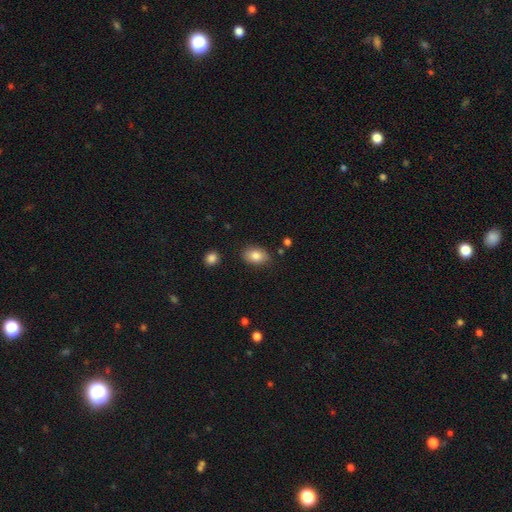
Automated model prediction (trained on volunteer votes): Smooth or featured? Predicted: smooth (p=0.83). How rounded? Predicted: in between (p=0.86). Merging? Predicted: none (p=0.82).